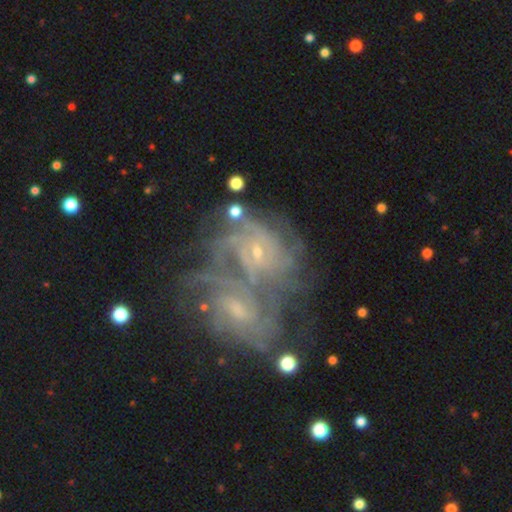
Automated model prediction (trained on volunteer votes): Morphology: type=featured or disk (80%); edge-on=no (97%); bar=no (61%); spiral arms=yes (91%); winding=tight (69%); arm count=can't tell (44%); bulge=small (82%); merging=merger (63%).